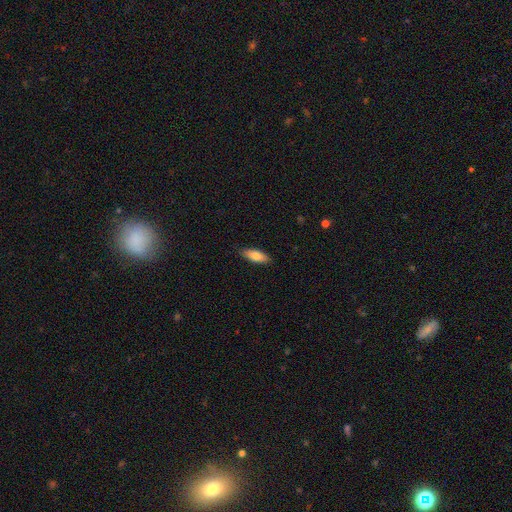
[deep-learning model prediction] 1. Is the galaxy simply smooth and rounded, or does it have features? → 80% smooth, 14% featured or disk, 6% star or artifact.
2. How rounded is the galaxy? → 69% in between, 29% cigar-shaped, 2% round.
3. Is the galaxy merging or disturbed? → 86% none, 11% minor disturbance, 2% major disturbance, 1% merger.